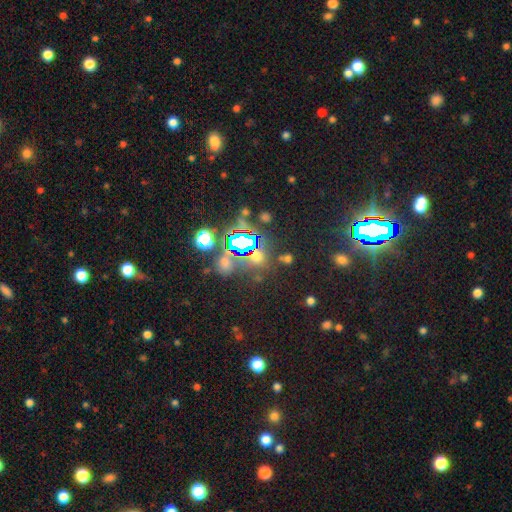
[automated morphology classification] A star or artifact, not a galaxy (60%).